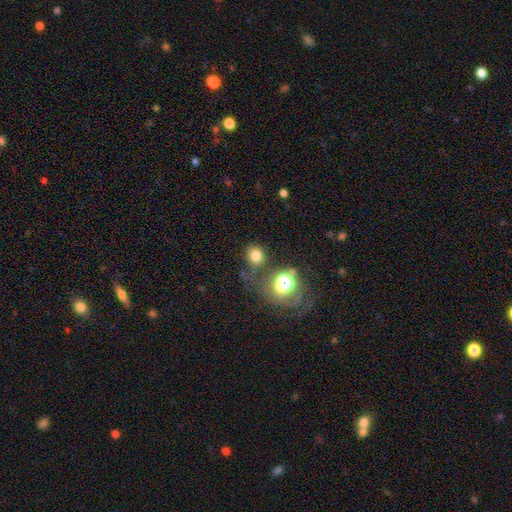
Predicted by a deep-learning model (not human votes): Q: Smooth or featured?
A: smooth (73%); runner-up: star or artifact (19%)
Q: How rounded?
A: round (76%); runner-up: in between (23%)
Q: Merging?
A: none (70%); runner-up: minor disturbance (13%)